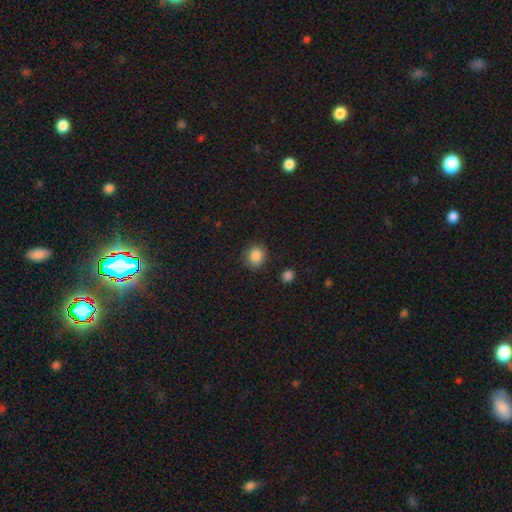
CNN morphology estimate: Smooth or featured?
  - smooth: 86% *
  - star or artifact: 10%
  - featured or disk: 4%
How rounded?
  - round: 77% *
  - in between: 22%
  - cigar-shaped: 1%
Merging?
  - none: 86% *
  - minor disturbance: 9%
  - major disturbance: 3%
  - merger: 2%